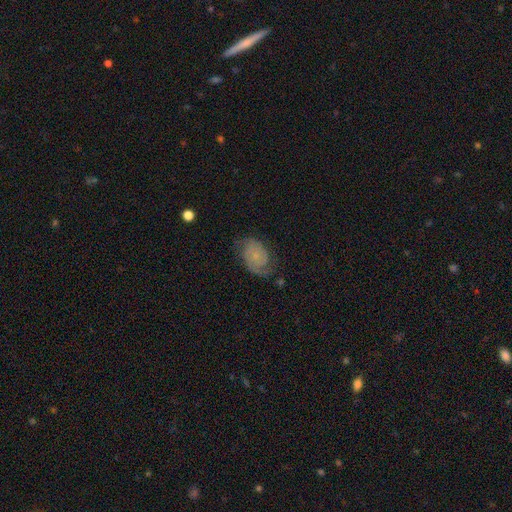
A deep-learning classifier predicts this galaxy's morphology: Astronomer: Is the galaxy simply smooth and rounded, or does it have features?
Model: featured or disk — 70%.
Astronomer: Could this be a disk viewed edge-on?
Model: no — 97%.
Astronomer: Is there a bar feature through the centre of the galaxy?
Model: no — 75%.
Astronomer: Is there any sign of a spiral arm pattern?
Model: yes — 93%.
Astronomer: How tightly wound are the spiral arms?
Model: tight — 48% (runner-up: medium, 37%).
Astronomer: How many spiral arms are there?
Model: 2 — 75%.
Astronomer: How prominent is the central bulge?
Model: small — 67%.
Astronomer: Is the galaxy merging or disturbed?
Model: none — 65%.